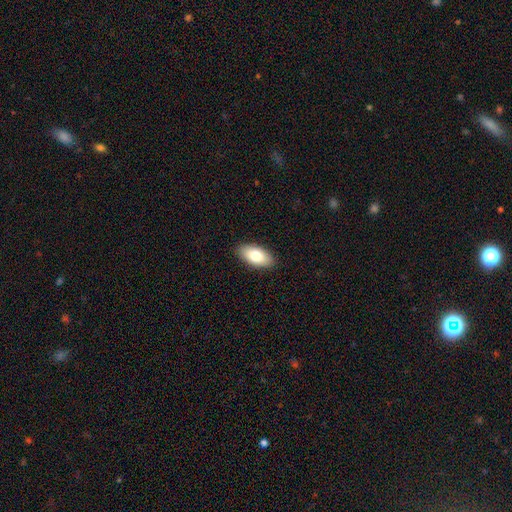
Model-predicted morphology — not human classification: A smooth galaxy with no disk features (79%) that is in between round and cigar-shaped (93%).

Vote fractions:
- Smooth or featured? smooth: 79% / featured or disk: 14% / star or artifact: 7%
- How rounded? in between: 93% / cigar-shaped: 4% / round: 3%
- Merging? none: 89% / minor disturbance: 8% / major disturbance: 2% / merger: 1%